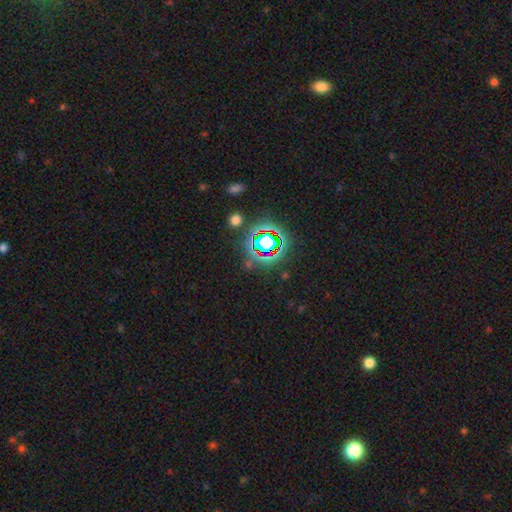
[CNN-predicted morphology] Q: Smooth or featured?
A: star or artifact (78%); runner-up: smooth (13%)